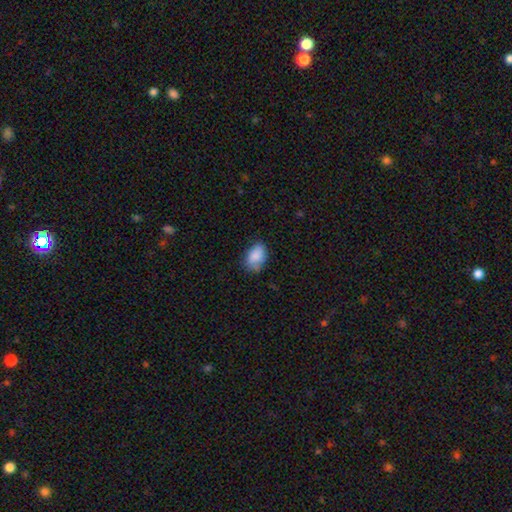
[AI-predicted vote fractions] smooth-or-featured: smooth: 86% | star or artifact: 7% | featured or disk: 7%
  how-rounded: in between: 86% | round: 12% | cigar-shaped: 1%
  merging: none: 69% | minor disturbance: 24% | major disturbance: 5% | merger: 1%